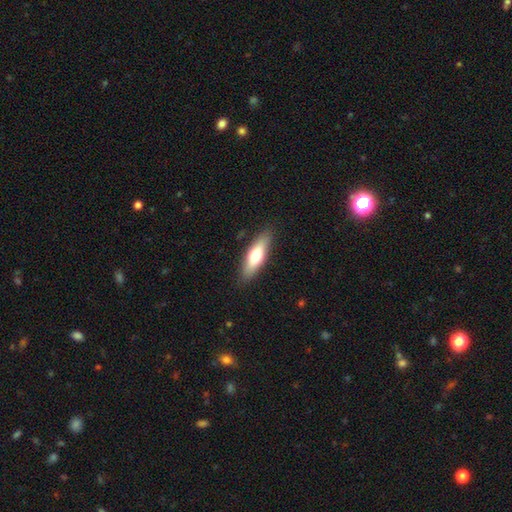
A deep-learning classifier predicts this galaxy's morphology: smooth-or-featured: smooth: 62% | featured or disk: 32% | star or artifact: 6%
  how-rounded: cigar-shaped: 53% | in between: 45% | round: 2%
  merging: none: 87% | minor disturbance: 10% | major disturbance: 2% | merger: 1%